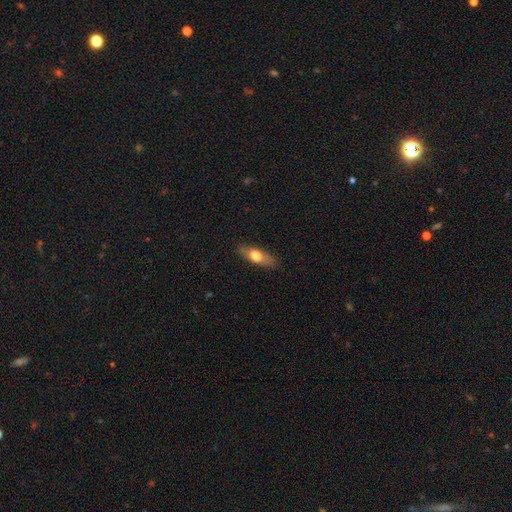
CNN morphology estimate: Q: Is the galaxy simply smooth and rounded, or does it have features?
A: smooth — 62%.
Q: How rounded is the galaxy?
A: in between — 61%.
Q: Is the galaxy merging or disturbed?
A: none — 83%.